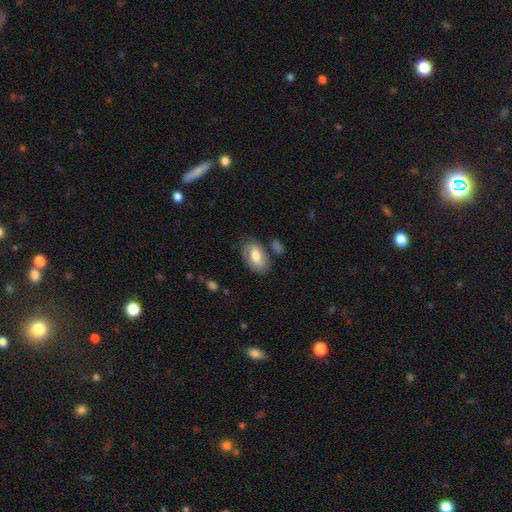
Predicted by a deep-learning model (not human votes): The model was most divided on "smooth or featured": smooth: 61%, featured or disk: 33%, star or artifact: 6%. More confident: how rounded — in between (92%); merging — none (69%).